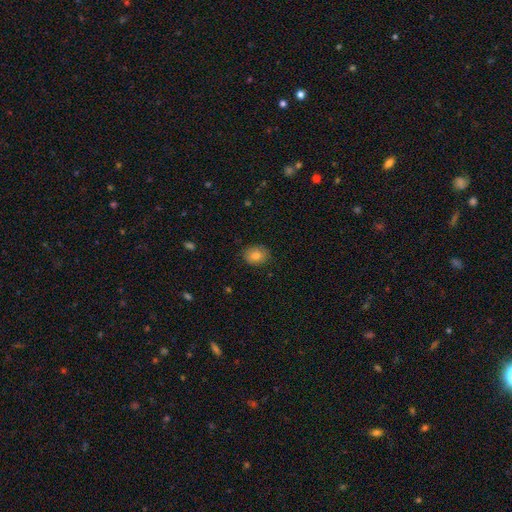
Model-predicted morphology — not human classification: Q: Smooth or featured?
A: smooth (83%); runner-up: star or artifact (9%)
Q: How rounded?
A: in between (53%); runner-up: round (46%)
Q: Merging?
A: none (85%); runner-up: minor disturbance (11%)